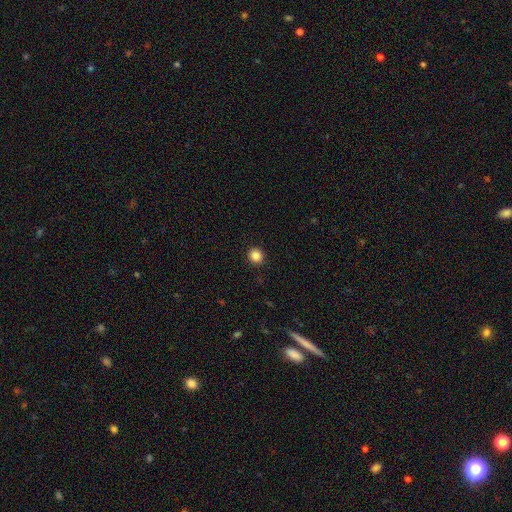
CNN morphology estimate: This is clearly a smooth galaxy (86%). How rounded: clearly round (92%). Merging: clearly none (93%).